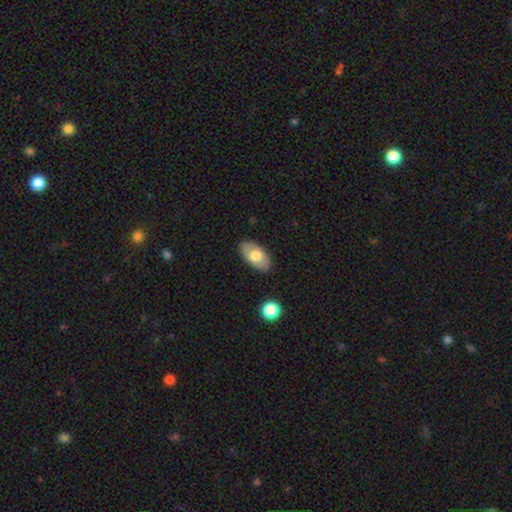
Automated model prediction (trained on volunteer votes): Smooth or featured?
  - smooth: 63% *
  - featured or disk: 31%
  - star or artifact: 6%
How rounded?
  - in between: 94% *
  - round: 5%
  - cigar-shaped: 2%
Merging?
  - none: 84% *
  - minor disturbance: 12%
  - major disturbance: 3%
  - merger: 1%